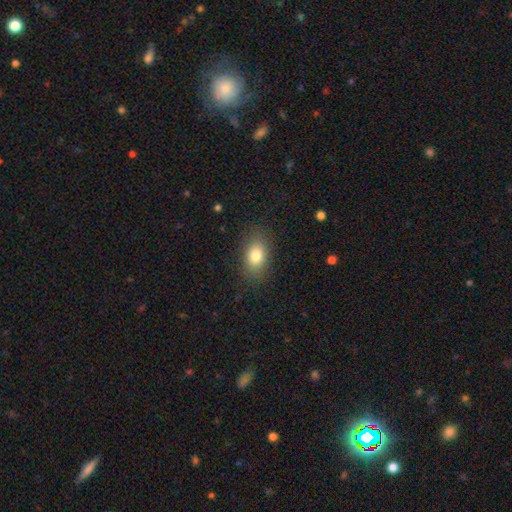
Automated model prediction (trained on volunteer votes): This is clearly a smooth galaxy (80%). How rounded: likely in between (80%). Merging: clearly none (85%).